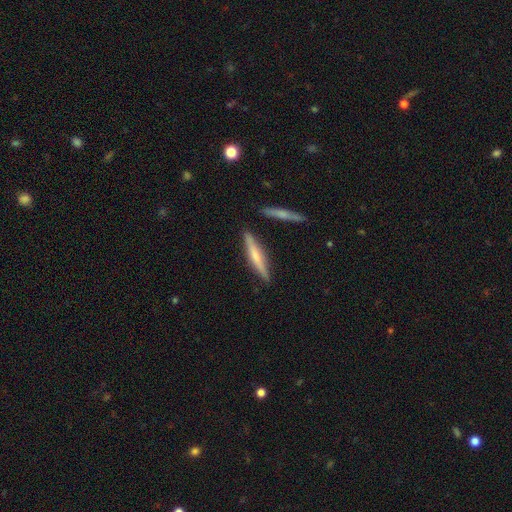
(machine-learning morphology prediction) The model was most divided on "smooth or featured": featured or disk: 48%, smooth: 46%, star or artifact: 6%. More confident: merging — none (84%).